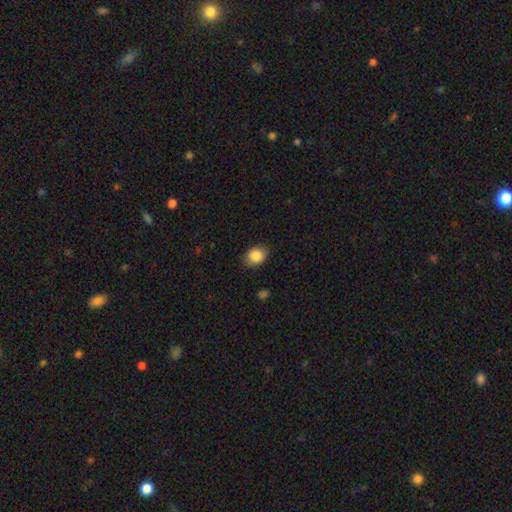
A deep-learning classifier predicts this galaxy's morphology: Smooth or featured? Predicted: smooth (p=0.86). How rounded? Predicted: in between (p=0.60). Merging? Predicted: none (p=0.84).